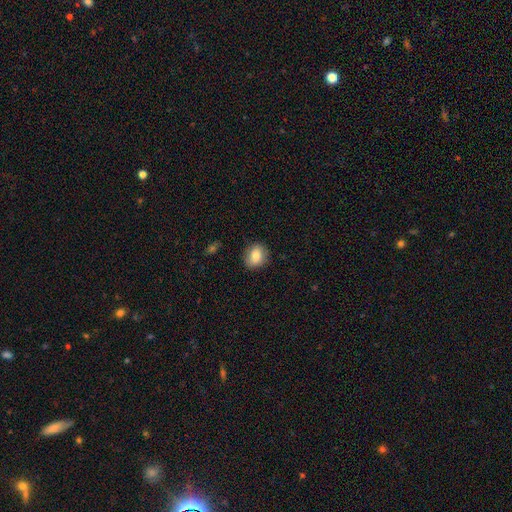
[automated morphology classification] This appears to be a smooth galaxy with no disk features (82%) that is round (58%). Merging: none (85%).